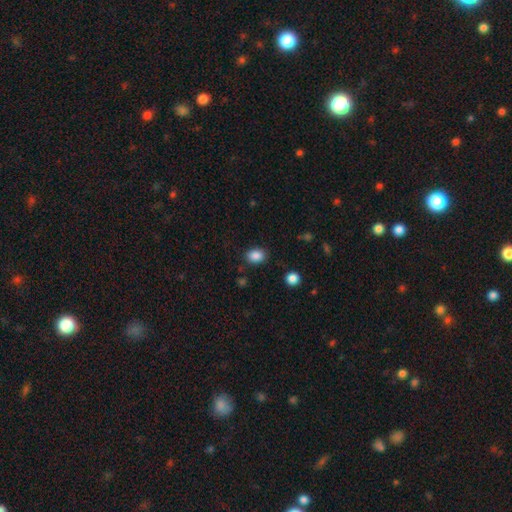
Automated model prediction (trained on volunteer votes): Overall: smooth (87%). How rounded: in between (73%). Merging: none (85%).